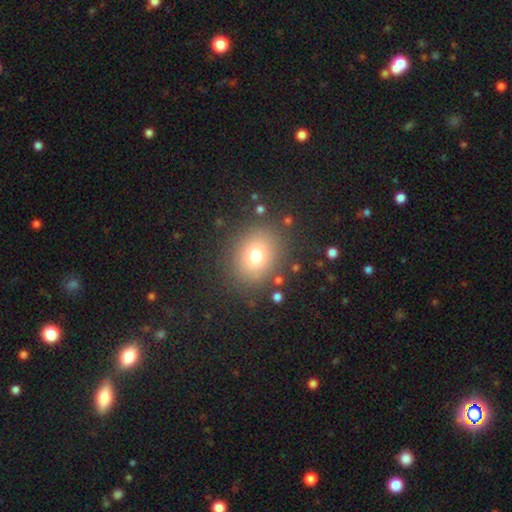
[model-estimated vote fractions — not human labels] Overall: smooth (73%). How rounded: round (65%; in between 34%). Merging: none (84%).